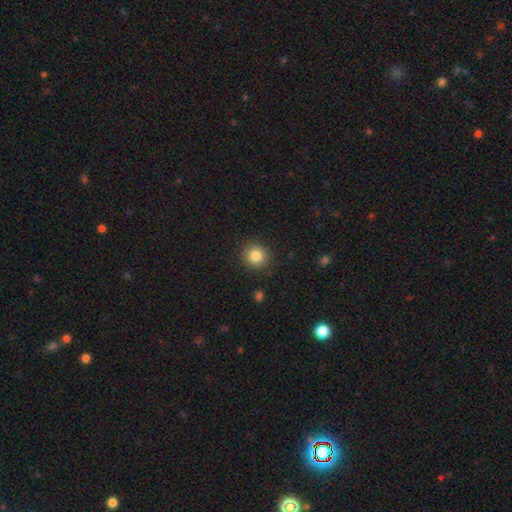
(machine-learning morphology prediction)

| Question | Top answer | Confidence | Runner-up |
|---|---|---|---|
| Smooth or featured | smooth | 84% | star or artifact (11%) |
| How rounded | round | 90% | in between (9%) |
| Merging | none | 90% | minor disturbance (7%) |